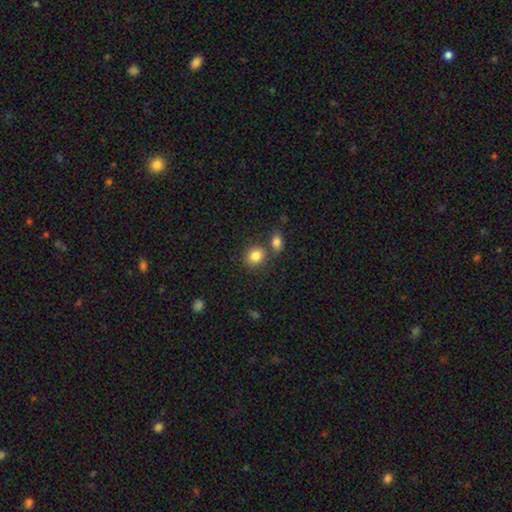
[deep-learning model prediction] Q: Smooth or featured?
A: smooth (84%); runner-up: star or artifact (9%)
Q: How rounded?
A: round (72%); runner-up: in between (27%)
Q: Merging?
A: none (64%); runner-up: merger (23%)